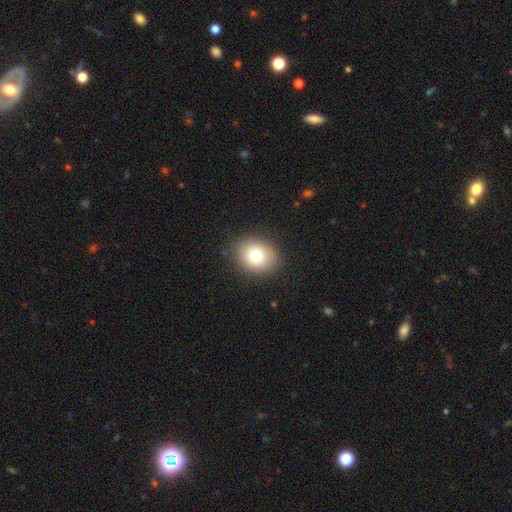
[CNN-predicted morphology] Q: Smooth or featured?
A: smooth (78%); runner-up: featured or disk (12%)
Q: How rounded?
A: round (52%); runner-up: in between (47%)
Q: Merging?
A: none (87%); runner-up: minor disturbance (9%)